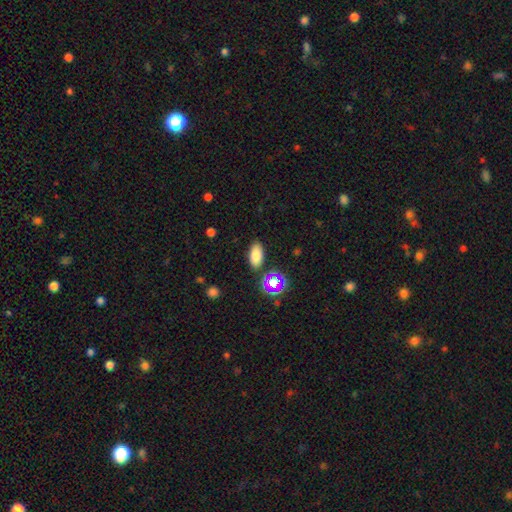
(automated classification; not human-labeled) Smooth or featured: smooth — 77% (star or artifact — 15%)
How rounded: in between — 90% (round — 6%)
Merging: none — 84% (minor disturbance — 10%)